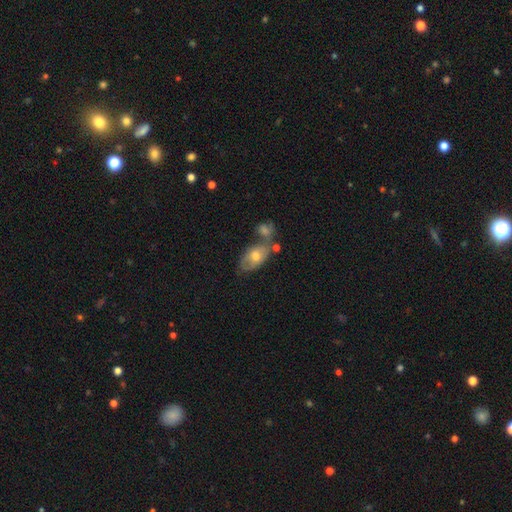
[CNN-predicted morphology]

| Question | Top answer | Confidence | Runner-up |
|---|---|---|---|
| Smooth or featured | smooth | 57% | featured or disk (35%) |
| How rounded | in between | 89% | round (7%) |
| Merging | none | 44% | merger (31%) |